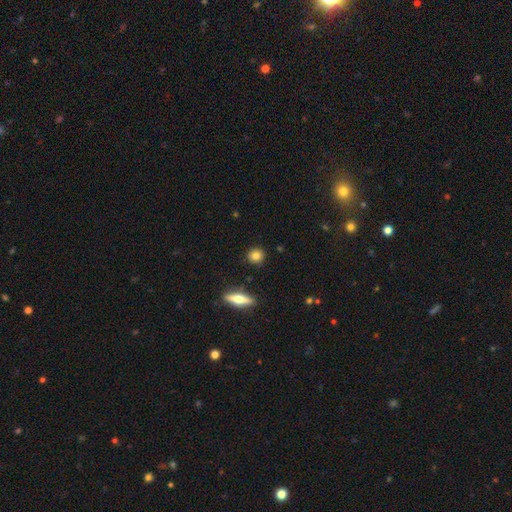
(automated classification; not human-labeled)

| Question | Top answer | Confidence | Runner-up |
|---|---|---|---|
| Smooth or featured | smooth | 81% | featured or disk (10%) |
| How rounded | round | 87% | in between (10%) |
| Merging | none | 90% | minor disturbance (7%) |